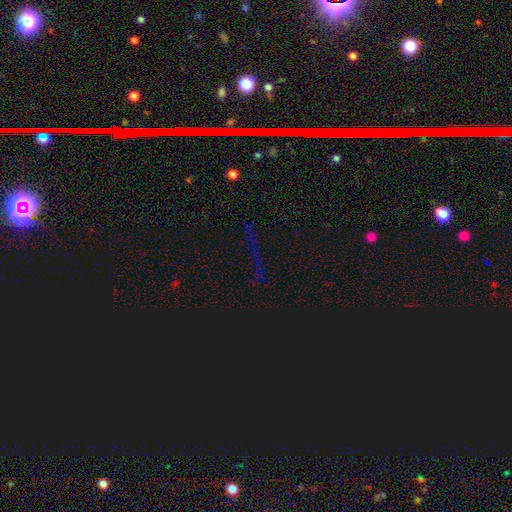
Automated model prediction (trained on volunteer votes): smooth-or-featured: star or artifact: 76% | smooth: 14% | featured or disk: 10%